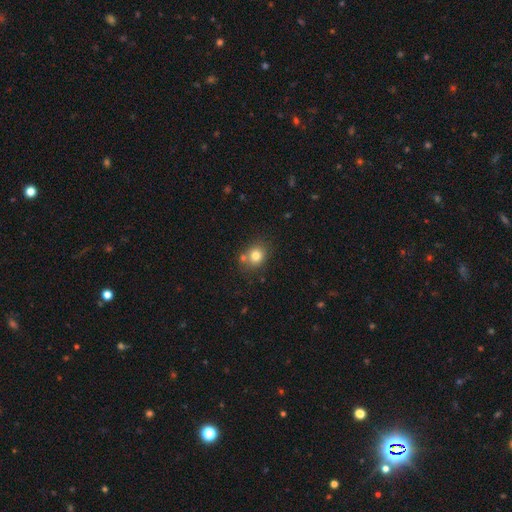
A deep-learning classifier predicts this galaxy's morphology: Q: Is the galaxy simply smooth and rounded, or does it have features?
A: smooth — 79%.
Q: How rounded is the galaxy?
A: round — 70%.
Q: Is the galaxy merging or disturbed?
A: none — 69%.